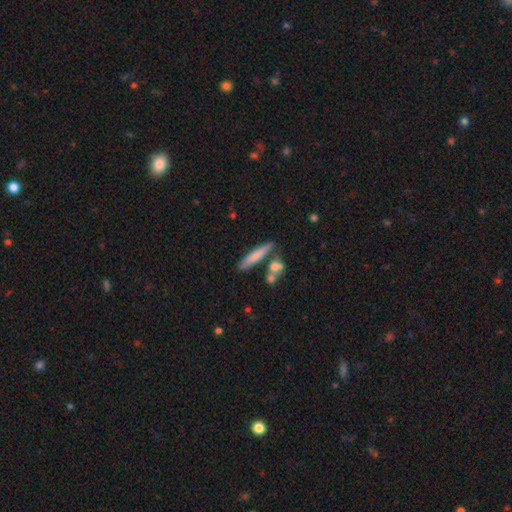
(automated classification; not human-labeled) smooth_or_featured: smooth (p=0.73) [alt: featured or disk p=0.21]
how_rounded: cigar-shaped (p=0.86) [alt: in between p=0.12]
merging: none (p=0.71) [alt: merger p=0.13]